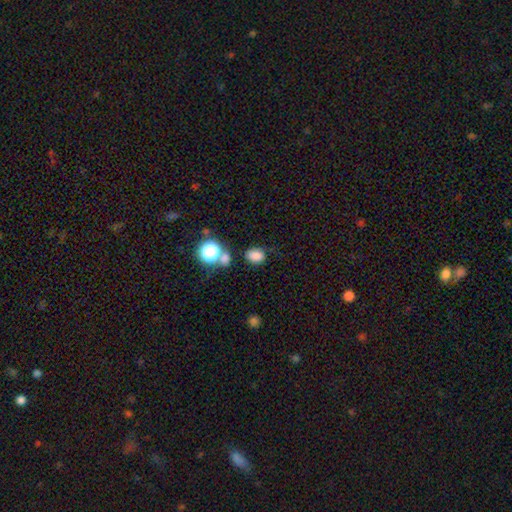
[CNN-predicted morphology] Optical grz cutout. It shows a smooth galaxy with no disk features (79%) that is in between round and cigar-shaped (62%). Merging: none (65%).